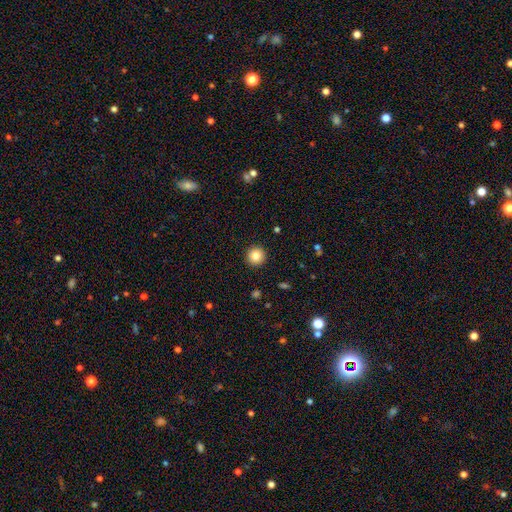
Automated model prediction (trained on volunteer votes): Q: Smooth or featured?
A: smooth (84%); runner-up: star or artifact (10%)
Q: How rounded?
A: round (96%); runner-up: in between (3%)
Q: Merging?
A: none (93%); runner-up: minor disturbance (4%)